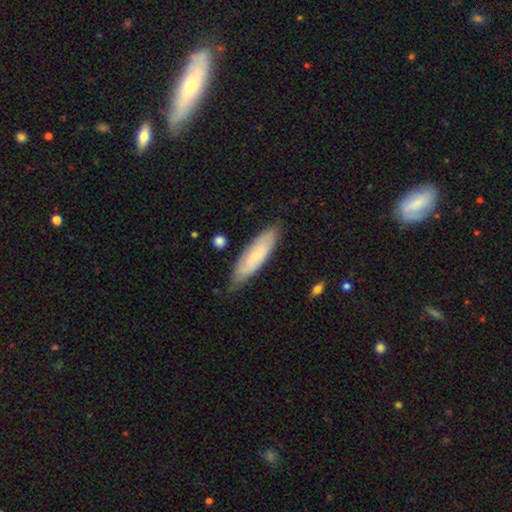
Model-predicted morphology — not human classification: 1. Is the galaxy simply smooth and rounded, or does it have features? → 63% smooth, 31% featured or disk, 6% star or artifact.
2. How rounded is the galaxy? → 62% cigar-shaped, 37% in between, 2% round.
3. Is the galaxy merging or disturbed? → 77% none, 18% minor disturbance, 3% major disturbance, 2% merger.